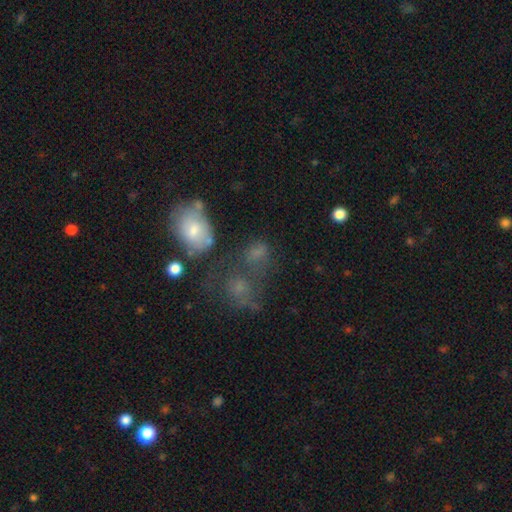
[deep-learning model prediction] Smooth or featured? smooth (57%)
How rounded? in between (55%)
Merging? none (41%)